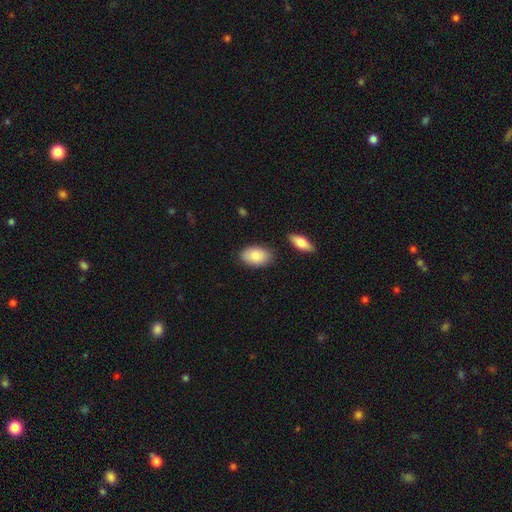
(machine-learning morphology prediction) Smooth or featured: smooth — 85% (featured or disk — 9%)
How rounded: in between — 93% (round — 6%)
Merging: none — 82% (minor disturbance — 12%)